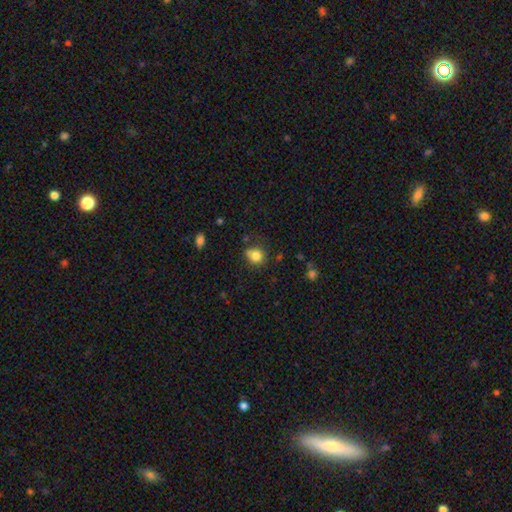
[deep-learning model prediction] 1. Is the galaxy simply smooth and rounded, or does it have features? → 81% smooth, 11% star or artifact, 8% featured or disk.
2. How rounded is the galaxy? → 73% round, 26% in between, 1% cigar-shaped.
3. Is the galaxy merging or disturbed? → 62% none, 23% minor disturbance, 8% merger, 7% major disturbance.